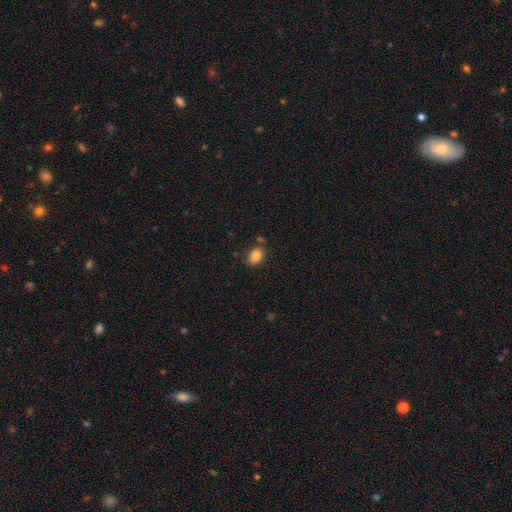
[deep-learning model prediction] smooth-or-featured: smooth: 85% | star or artifact: 9% | featured or disk: 6%
  how-rounded: in between: 77% | round: 21% | cigar-shaped: 1%
  merging: none: 78% | minor disturbance: 12% | merger: 7% | major disturbance: 3%